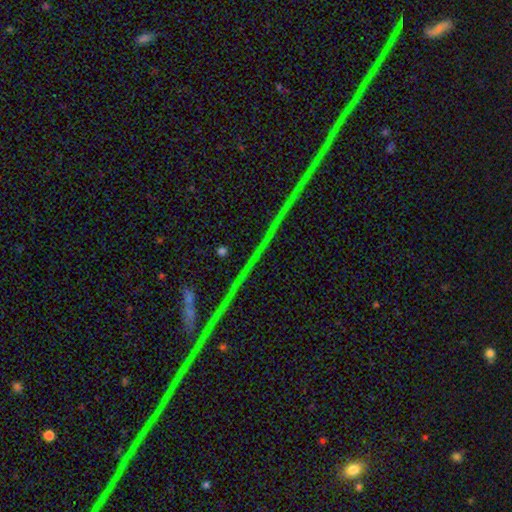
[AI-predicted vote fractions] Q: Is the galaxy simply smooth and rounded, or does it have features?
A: star or artifact — 81%.